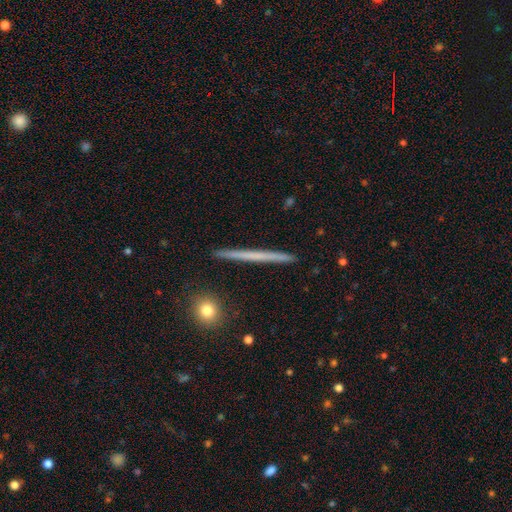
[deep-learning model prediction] This appears to be a featured or disk galaxy (55%) viewed edge-on (97%) with no central bulge (87%). Merging: none (92%).